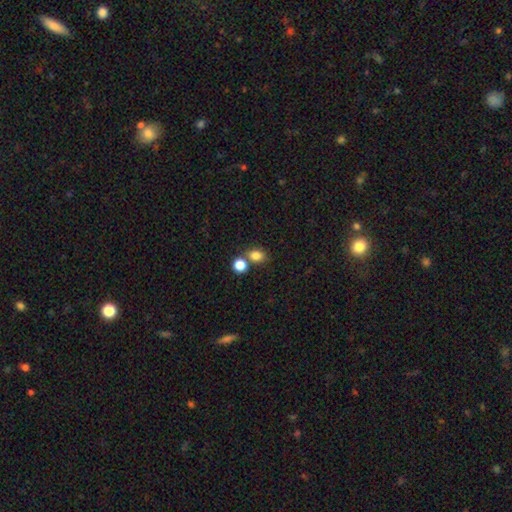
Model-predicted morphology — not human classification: A smooth galaxy with no disk features (82%) that is in between round and cigar-shaped (53%).

Vote fractions:
- Smooth or featured? smooth: 82% / star or artifact: 12% / featured or disk: 6%
- How rounded? in between: 53% / round: 45% / cigar-shaped: 1%
- Merging? none: 58% / merger: 28% / minor disturbance: 10% / major disturbance: 4%